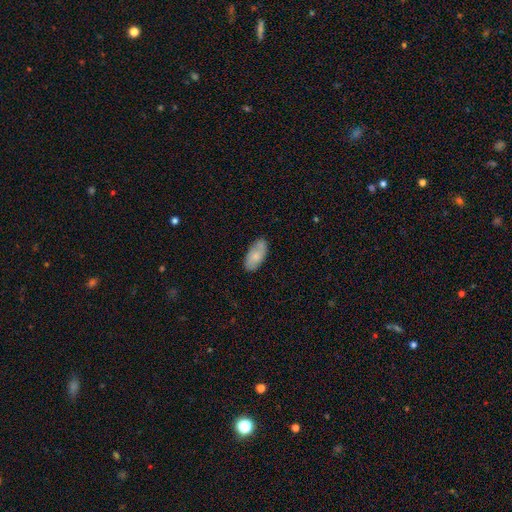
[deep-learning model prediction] Q: Smooth or featured?
A: smooth (76%); runner-up: featured or disk (18%)
Q: How rounded?
A: in between (92%); runner-up: cigar-shaped (6%)
Q: Merging?
A: none (80%); runner-up: minor disturbance (16%)